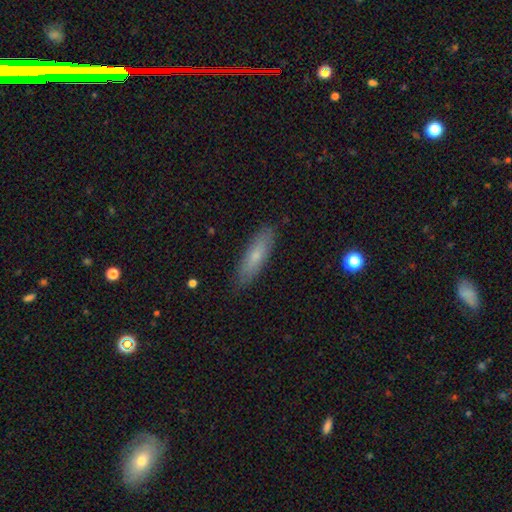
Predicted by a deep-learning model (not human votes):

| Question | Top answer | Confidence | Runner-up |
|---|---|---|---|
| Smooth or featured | smooth | 69% | featured or disk (24%) |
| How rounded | cigar-shaped | 64% | in between (34%) |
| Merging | none | 86% | minor disturbance (11%) |